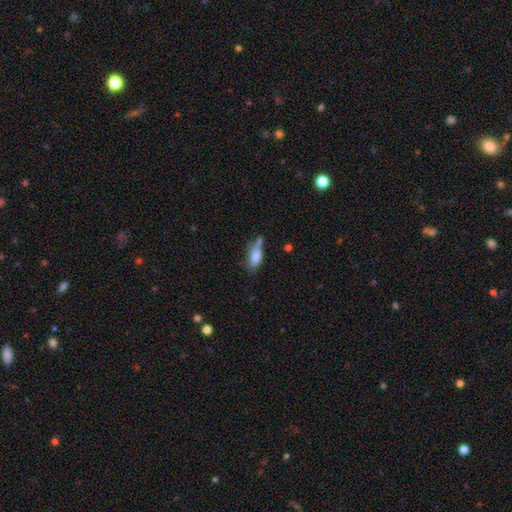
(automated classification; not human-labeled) Smooth or featured: smooth — 74% (featured or disk — 17%)
How rounded: in between — 75% (cigar-shaped — 22%)
Merging: none — 39% (minor disturbance — 27%)